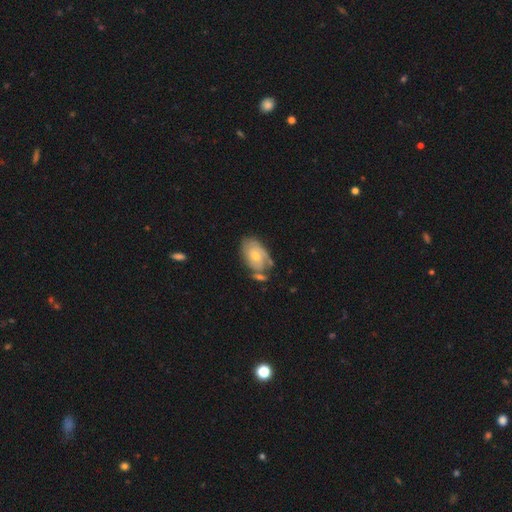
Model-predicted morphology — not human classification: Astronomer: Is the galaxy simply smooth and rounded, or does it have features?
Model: featured or disk — 63%.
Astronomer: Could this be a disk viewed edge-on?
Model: no — 94%.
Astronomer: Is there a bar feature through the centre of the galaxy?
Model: no — 75%.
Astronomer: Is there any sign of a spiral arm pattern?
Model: yes — 77%.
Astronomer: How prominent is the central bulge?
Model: moderate — 57% (runner-up: small, 38%).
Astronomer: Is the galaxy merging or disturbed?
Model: none — 50%.